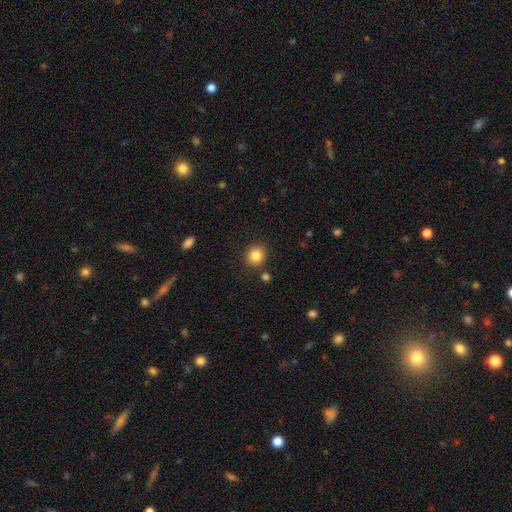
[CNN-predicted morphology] type=smooth (85%); roundness=round (88%); merging=none (87%).